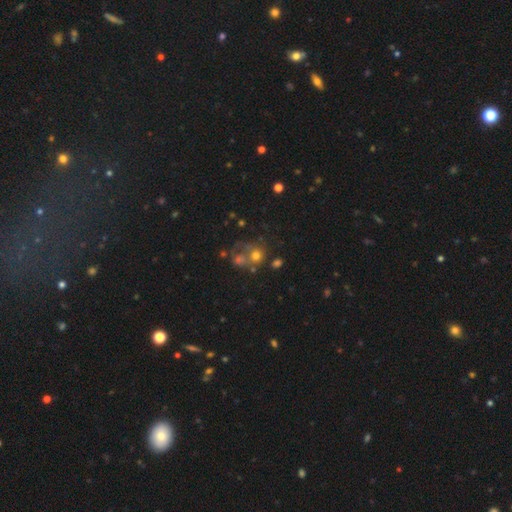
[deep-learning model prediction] Overall: smooth (60%; featured or disk 23%). How rounded: round (77%). Merging: none (36%, tied with merger).